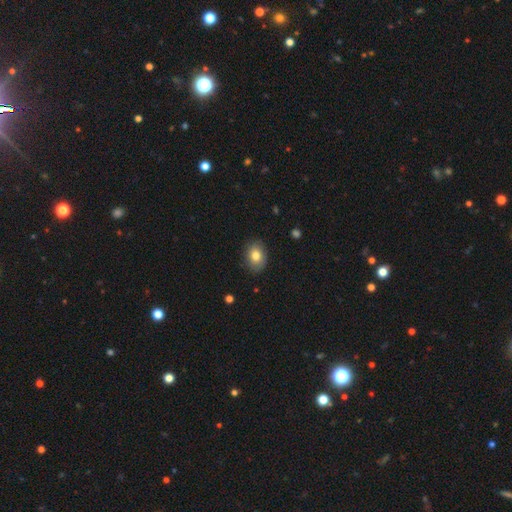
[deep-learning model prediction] smooth_or_featured: smooth (p=0.80) [alt: featured or disk p=0.11]
how_rounded: in between (p=0.69) [alt: round p=0.30]
merging: none (p=0.86) [alt: minor disturbance p=0.11]